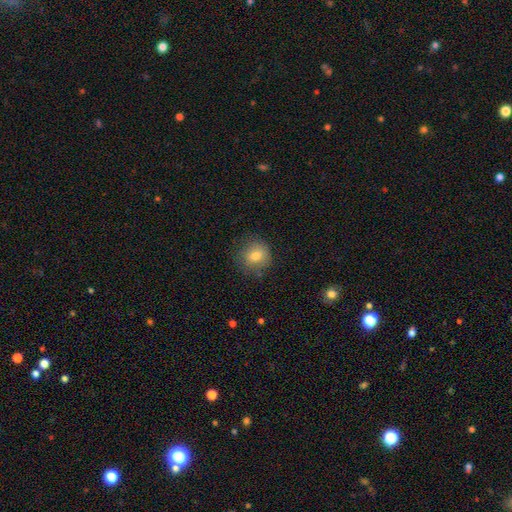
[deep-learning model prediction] Q: Smooth or featured?
A: smooth (77%); runner-up: featured or disk (11%)
Q: How rounded?
A: round (86%); runner-up: in between (13%)
Q: Merging?
A: none (81%); runner-up: minor disturbance (14%)